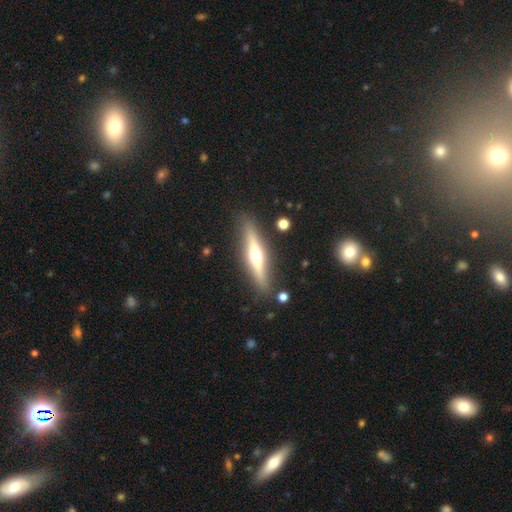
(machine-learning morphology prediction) A featured or disk galaxy (65%) viewed edge-on (95%) with a rounded central bulge (92%).

Vote fractions:
- Smooth or featured? featured or disk: 65% / smooth: 30% / star or artifact: 6%
- Edge-on disk? yes: 95% / no: 5%
- Edge-on bulge? rounded: 92% / none: 5% / boxy: 3%
- Merging? none: 87% / minor disturbance: 9% / major disturbance: 2% / merger: 2%